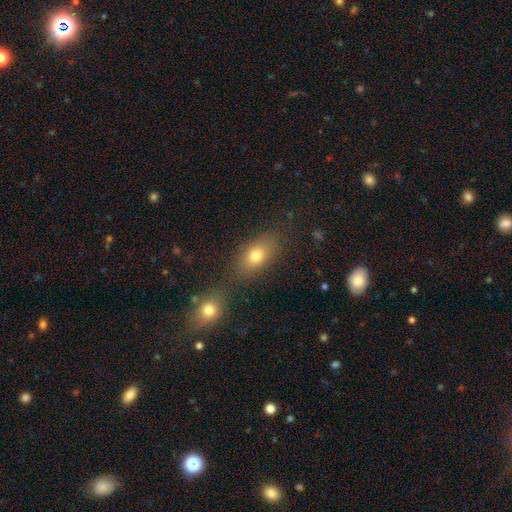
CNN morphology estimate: A smooth galaxy with no disk features (74%) that is in between round and cigar-shaped (77%).

Vote fractions:
- Smooth or featured? smooth: 74% / featured or disk: 14% / star or artifact: 12%
- How rounded? in between: 77% / round: 17% / cigar-shaped: 6%
- Merging? none: 62% / merger: 22% / minor disturbance: 11% / major disturbance: 5%